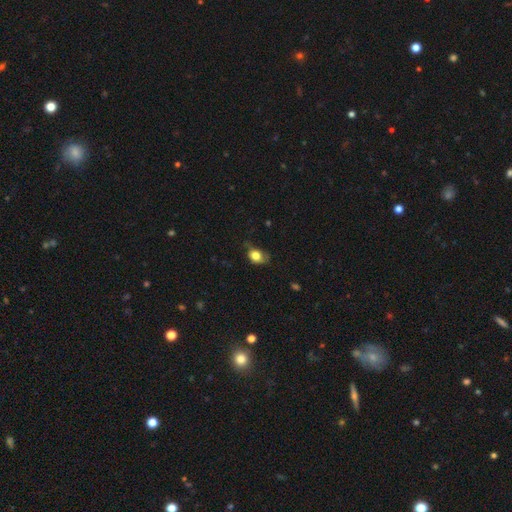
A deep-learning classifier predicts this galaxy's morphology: smooth-or-featured: smooth: 77% | featured or disk: 14% | star or artifact: 9%
  how-rounded: in between: 66% | round: 32% | cigar-shaped: 2%
  merging: none: 42% | minor disturbance: 37% | major disturbance: 18% | merger: 2%